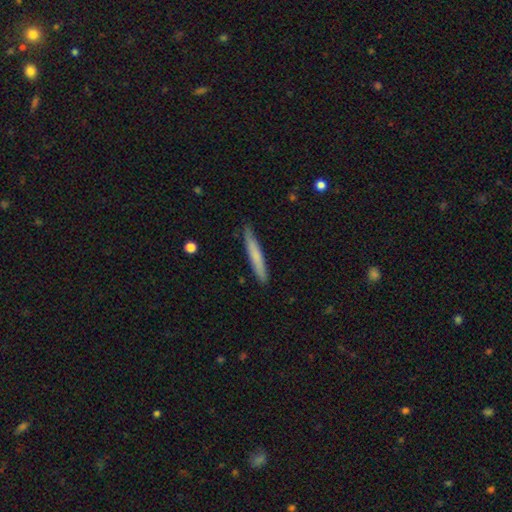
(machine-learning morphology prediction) smooth 69%, featured or disk 26%, star or artifact 5%. Down the decision tree: how rounded — cigar-shaped (96%); merging — none (87%).